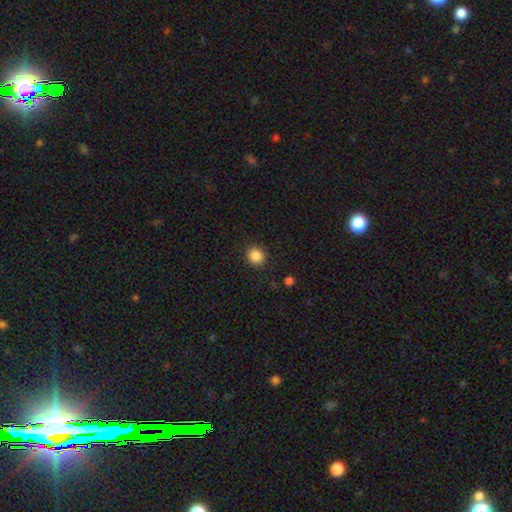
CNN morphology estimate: This is clearly a smooth galaxy (86%). How rounded: clearly round (87%). Merging: clearly none (90%).